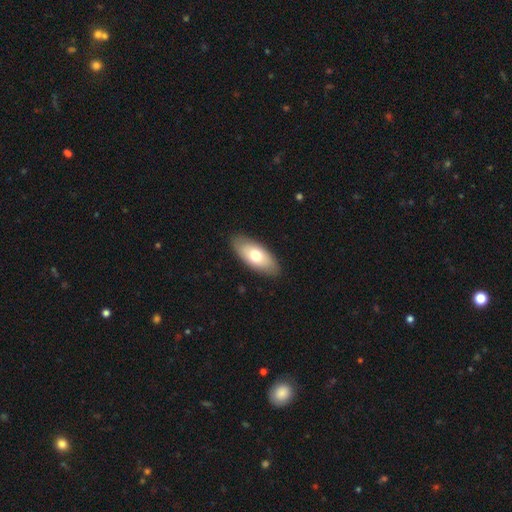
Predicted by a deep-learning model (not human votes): This appears to be a smooth galaxy with no disk features (68%) that is in between round and cigar-shaped (89%). Merging: none (87%).